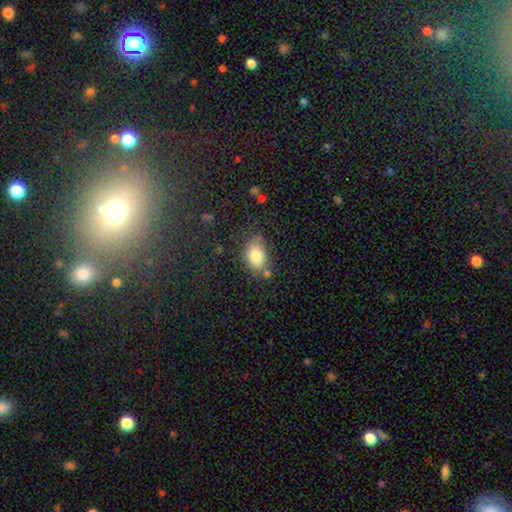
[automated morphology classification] smooth_or_featured: smooth (p=0.81) [alt: featured or disk p=0.10]
how_rounded: in between (p=0.79) [alt: round p=0.19]
merging: none (p=0.63) [alt: minor disturbance p=0.22]